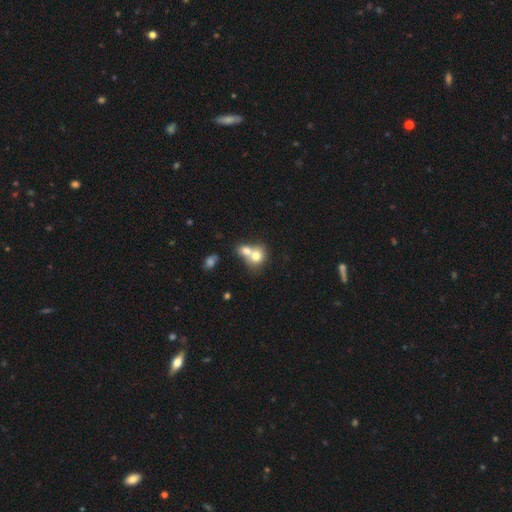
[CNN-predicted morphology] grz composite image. It shows a smooth galaxy with no disk features (71%) that is round (63%). Merging: merger (70%).